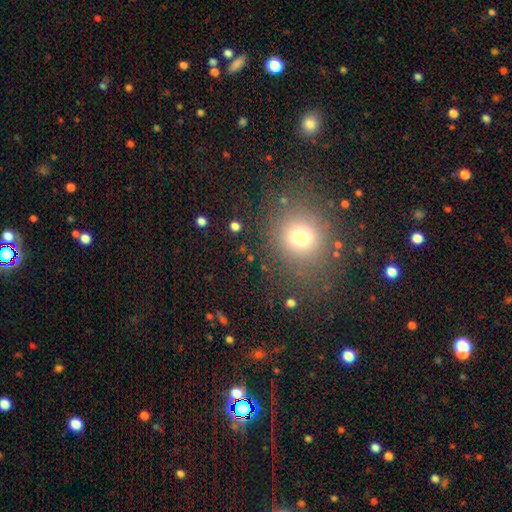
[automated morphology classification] A smooth galaxy with no disk features (54%) that is round (80%). Merging: none (86%).